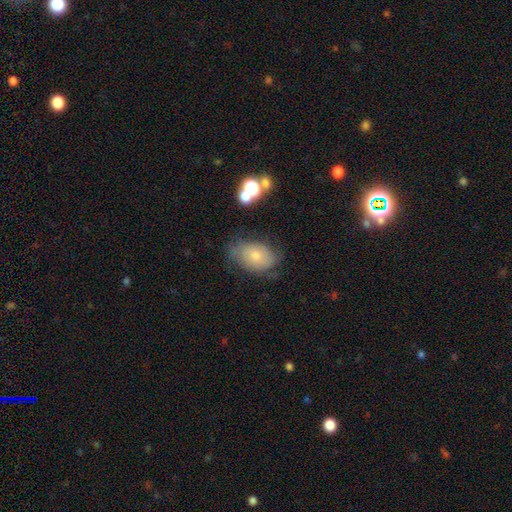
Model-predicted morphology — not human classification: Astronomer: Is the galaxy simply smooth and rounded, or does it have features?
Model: smooth — 61%.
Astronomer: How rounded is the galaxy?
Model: in between — 85%.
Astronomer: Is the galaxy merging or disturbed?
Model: none — 61%.